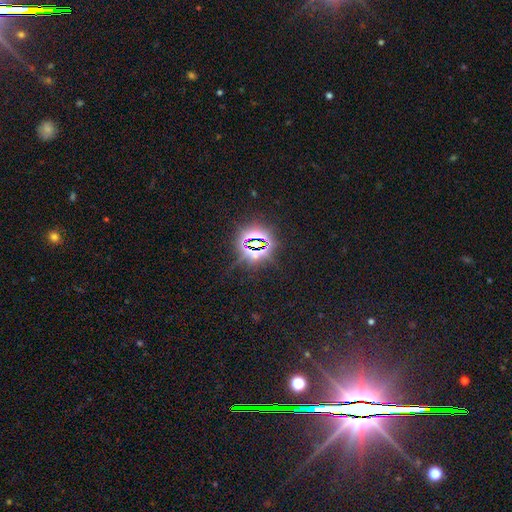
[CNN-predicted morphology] type=star or artifact (83%).